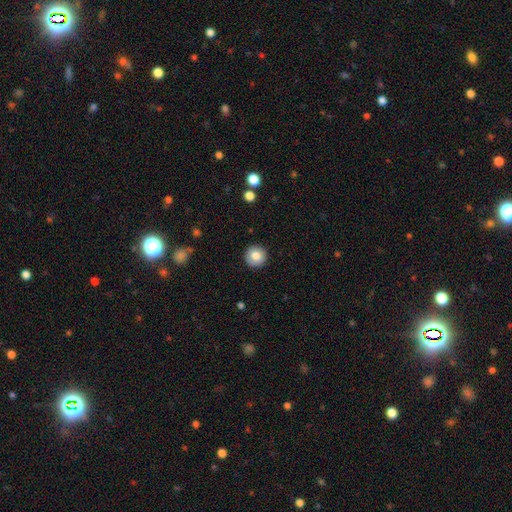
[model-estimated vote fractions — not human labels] Smooth or featured? Predicted: smooth (p=0.80). How rounded? Predicted: round (p=0.95). Merging? Predicted: none (p=0.92).